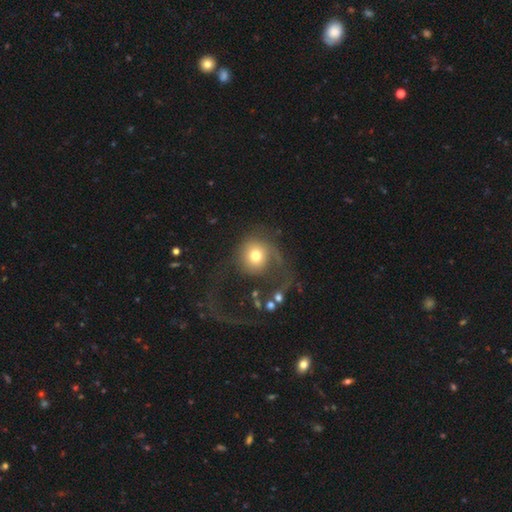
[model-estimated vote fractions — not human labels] Smooth or featured? Predicted: smooth (p=0.63). How rounded? Predicted: round (p=0.86). Merging? Predicted: major disturbance (p=0.52).